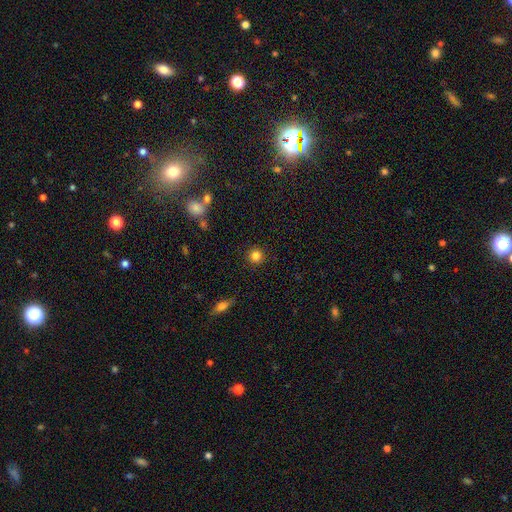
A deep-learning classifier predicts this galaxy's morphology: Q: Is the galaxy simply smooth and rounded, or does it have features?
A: smooth — 83%.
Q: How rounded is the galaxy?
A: round — 94%.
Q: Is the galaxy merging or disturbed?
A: none — 91%.